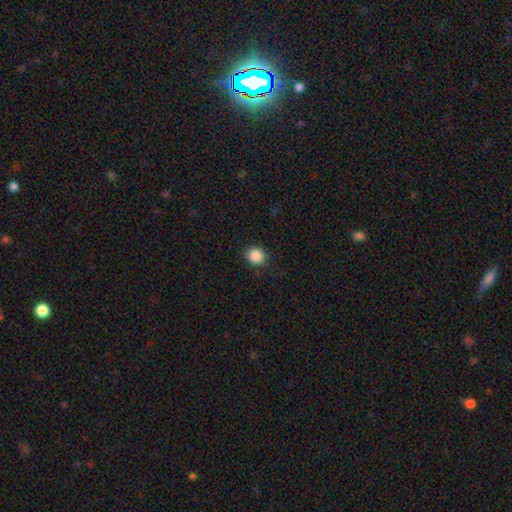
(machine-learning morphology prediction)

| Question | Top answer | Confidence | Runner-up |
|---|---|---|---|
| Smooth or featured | smooth | 88% | star or artifact (9%) |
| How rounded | round | 74% | in between (25%) |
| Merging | none | 89% | minor disturbance (8%) |